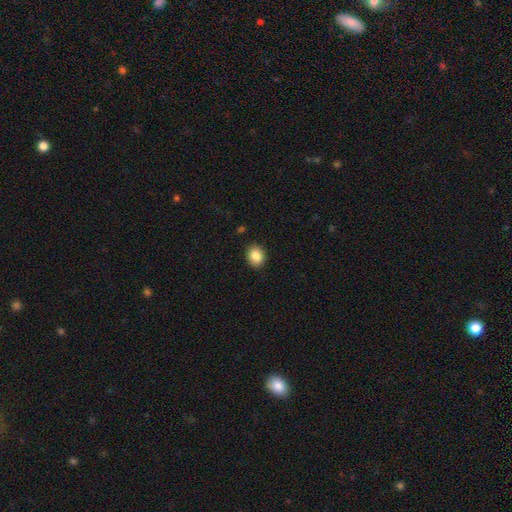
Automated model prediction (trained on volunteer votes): Q: Smooth or featured?
A: smooth (86%); runner-up: star or artifact (9%)
Q: How rounded?
A: round (56%); runner-up: in between (43%)
Q: Merging?
A: none (90%); runner-up: minor disturbance (7%)